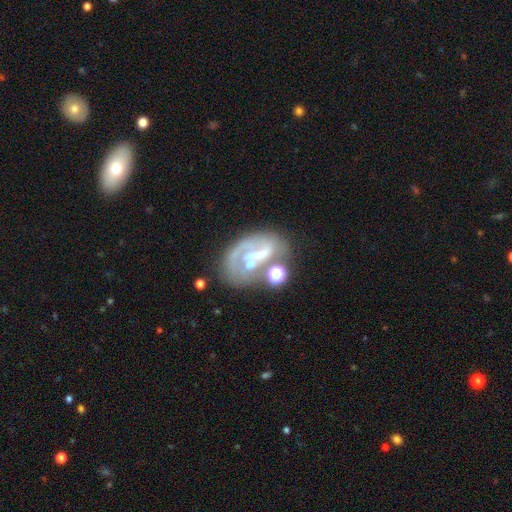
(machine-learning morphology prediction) This appears to be a featured or disk galaxy (68%) with no bar (42%), spiral arms (67%) and no central bulge (41%). Merging: none (40%).